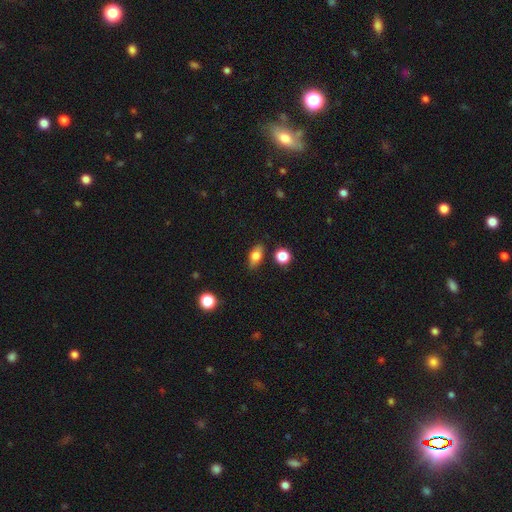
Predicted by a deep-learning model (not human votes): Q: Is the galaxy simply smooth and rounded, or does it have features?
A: smooth — 78%.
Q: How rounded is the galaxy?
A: in between — 83%.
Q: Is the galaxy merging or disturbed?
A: none — 84%.